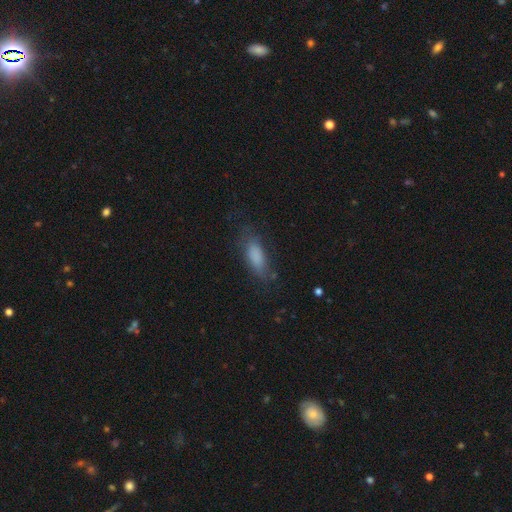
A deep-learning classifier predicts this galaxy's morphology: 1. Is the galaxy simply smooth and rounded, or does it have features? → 79% smooth, 13% featured or disk, 9% star or artifact.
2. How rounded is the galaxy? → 73% in between, 24% cigar-shaped, 3% round.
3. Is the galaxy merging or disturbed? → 63% none, 24% minor disturbance, 11% major disturbance, 2% merger.